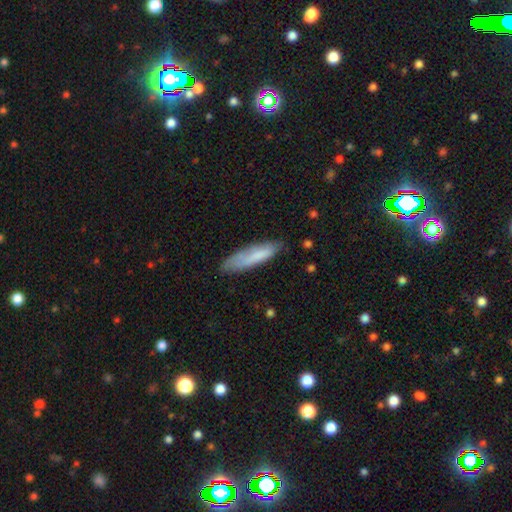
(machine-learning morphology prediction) Smooth or featured: smooth — 73% (featured or disk — 20%)
How rounded: cigar-shaped — 74% (in between — 24%)
Merging: none — 67% (minor disturbance — 24%)